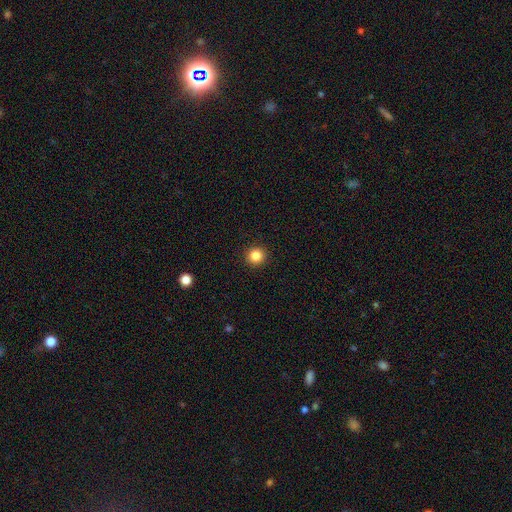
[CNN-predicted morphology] smooth_or_featured: smooth (p=0.85) [alt: star or artifact p=0.11]
how_rounded: round (p=0.95) [alt: in between p=0.05]
merging: none (p=0.93) [alt: minor disturbance p=0.04]